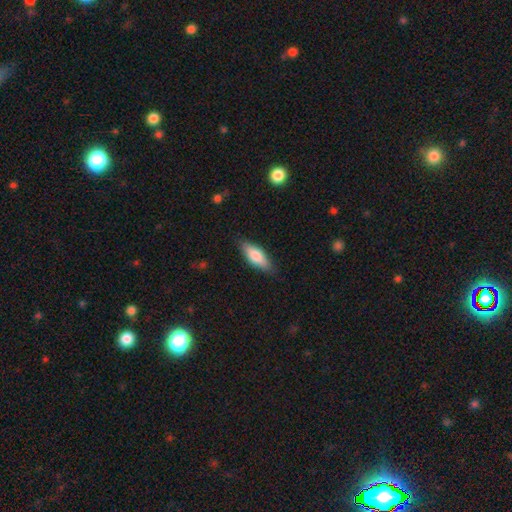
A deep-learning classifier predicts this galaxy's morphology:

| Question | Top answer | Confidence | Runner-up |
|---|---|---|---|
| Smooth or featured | smooth | 78% | featured or disk (16%) |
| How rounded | in between | 68% | cigar-shaped (30%) |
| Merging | none | 83% | minor disturbance (13%) |